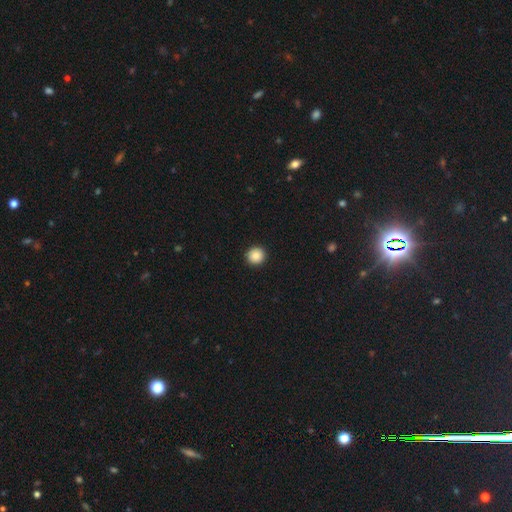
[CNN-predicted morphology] Smooth or featured? smooth (89%)
How rounded? round (93%)
Merging? none (93%)